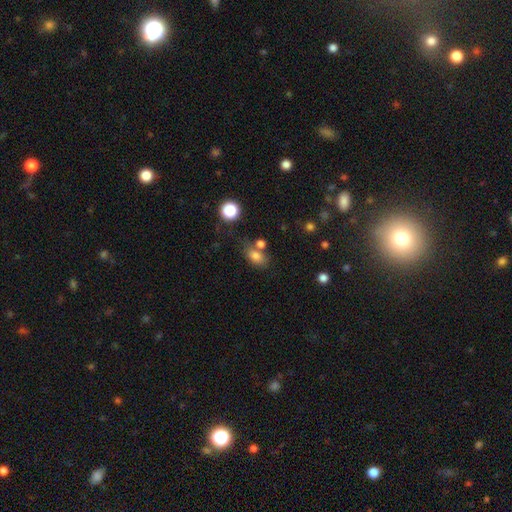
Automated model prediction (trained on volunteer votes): This appears to be a smooth galaxy with no disk features (78%) that is in between round and cigar-shaped (80%). Merging: none (57%).